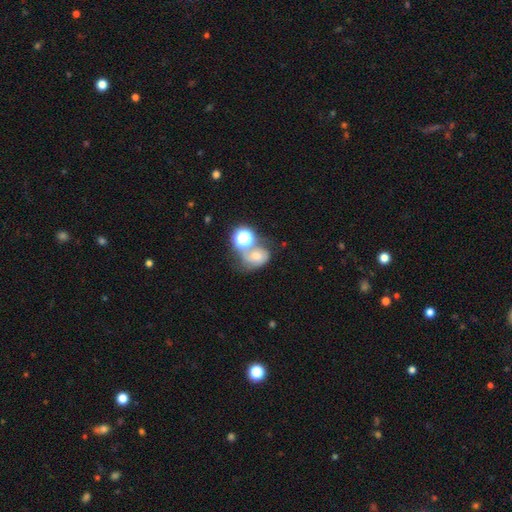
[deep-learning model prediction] The model was most divided on "merging": merger: 35%, none: 34%, minor disturbance: 17%, major disturbance: 14%. More confident: how rounded — in between (52%); smooth or featured — smooth (51%).